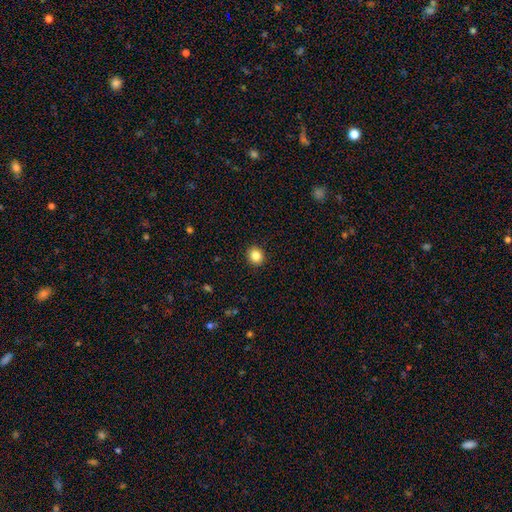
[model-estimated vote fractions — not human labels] smooth_or_featured: smooth (p=0.85) [alt: star or artifact p=0.10]
how_rounded: round (p=0.84) [alt: in between p=0.15]
merging: none (p=0.92) [alt: minor disturbance p=0.05]